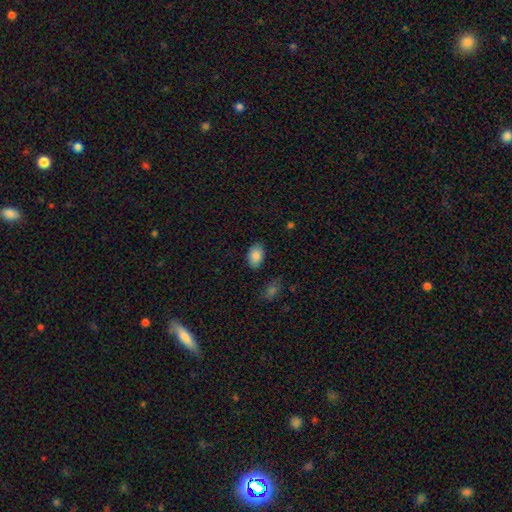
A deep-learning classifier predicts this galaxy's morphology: A smooth galaxy with no disk features (86%) that is in between round and cigar-shaped (89%).

Vote fractions:
- Smooth or featured? smooth: 86% / star or artifact: 8% / featured or disk: 6%
- How rounded? in between: 89% / round: 10% / cigar-shaped: 1%
- Merging? none: 84% / minor disturbance: 12% / major disturbance: 3% / merger: 2%